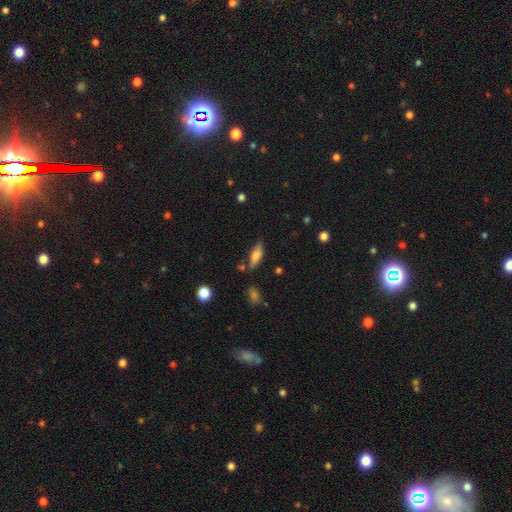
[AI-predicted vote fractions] This appears to be a smooth galaxy with no disk features (64%) that is in between round and cigar-shaped (54%). Merging: none (75%).